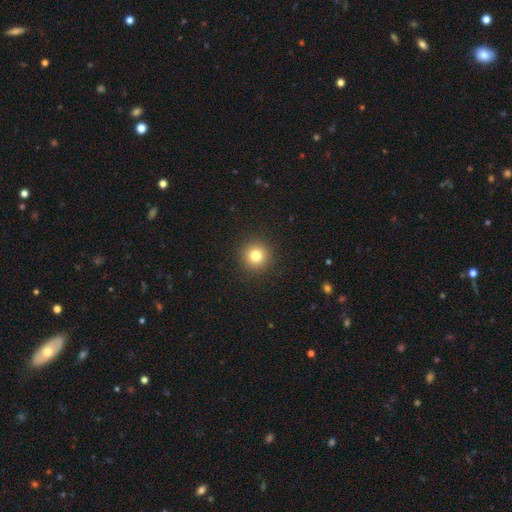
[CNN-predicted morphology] Smooth or featured?
  - smooth: 79% *
  - star or artifact: 13%
  - featured or disk: 8%
How rounded?
  - round: 95% *
  - in between: 4%
  - cigar-shaped: 1%
Merging?
  - none: 92% *
  - minor disturbance: 5%
  - major disturbance: 2%
  - merger: 1%